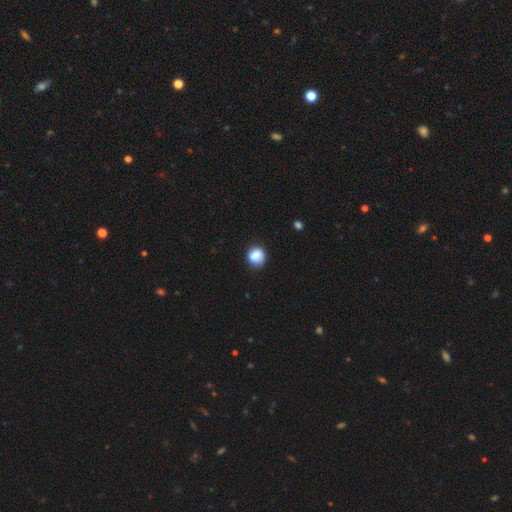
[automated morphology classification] type=smooth (84%); roundness=round (83%); merging=none (73%).